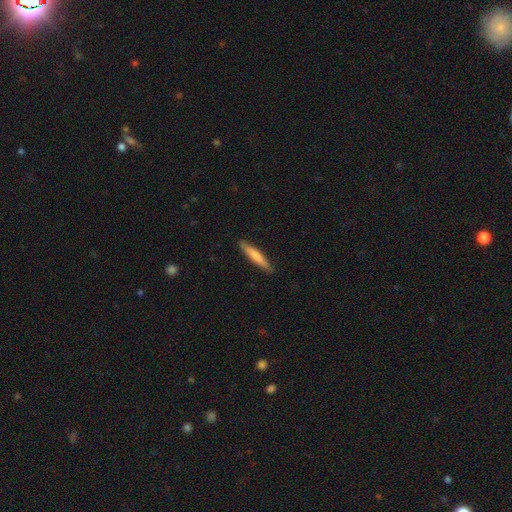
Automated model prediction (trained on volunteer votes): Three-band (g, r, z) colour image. It shows a smooth galaxy with no disk features (69%) that is cigar-shaped (93%). Merging: none (89%).